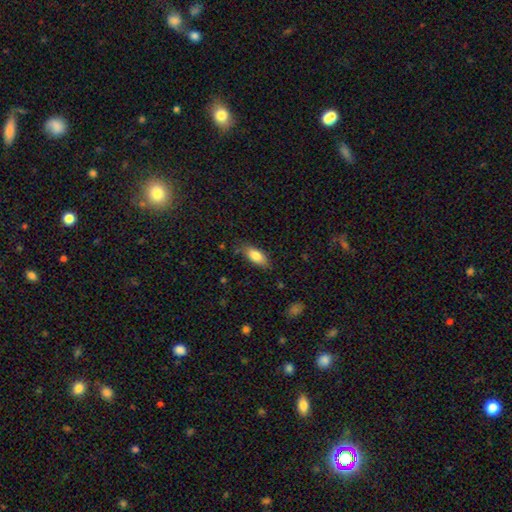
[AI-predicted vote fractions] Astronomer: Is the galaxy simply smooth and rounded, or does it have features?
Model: smooth — 81%.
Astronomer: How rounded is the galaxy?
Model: in between — 80%.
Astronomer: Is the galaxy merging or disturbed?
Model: none — 77%.